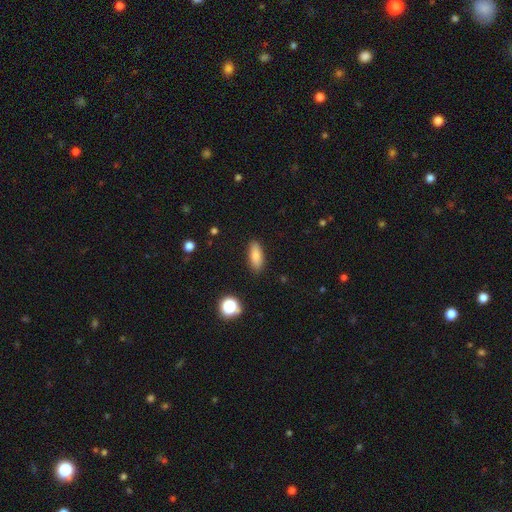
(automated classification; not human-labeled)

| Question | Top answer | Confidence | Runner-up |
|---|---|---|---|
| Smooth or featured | smooth | 81% | featured or disk (10%) |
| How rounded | in between | 75% | cigar-shaped (21%) |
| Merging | none | 88% | minor disturbance (9%) |